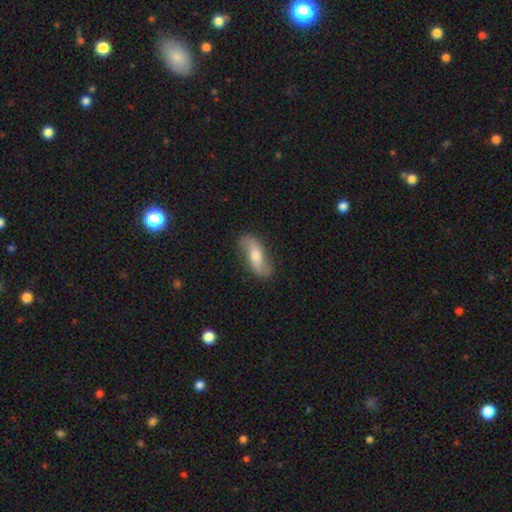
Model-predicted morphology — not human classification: Smooth or featured? featured or disk (60%)
Edge-on disk? no (85%)
Bar? no (46%)
Spiral arms? yes (87%)
Bulge size? moderate (58%)
Merging? none (81%)